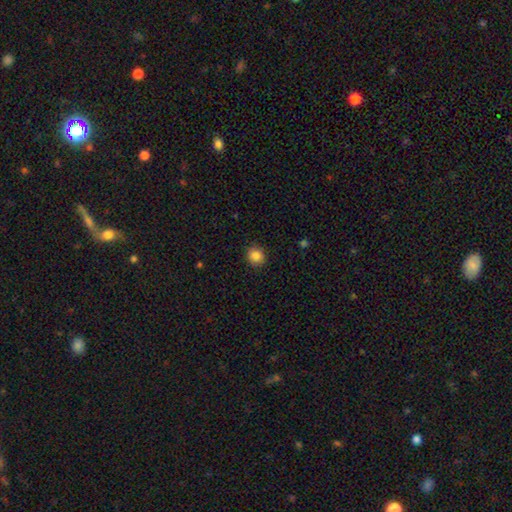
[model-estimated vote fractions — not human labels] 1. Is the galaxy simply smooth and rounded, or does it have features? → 86% smooth, 10% star or artifact, 4% featured or disk.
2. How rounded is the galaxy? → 83% round, 16% in between, 1% cigar-shaped.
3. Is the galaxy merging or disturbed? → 89% none, 8% minor disturbance, 2% major disturbance, 1% merger.